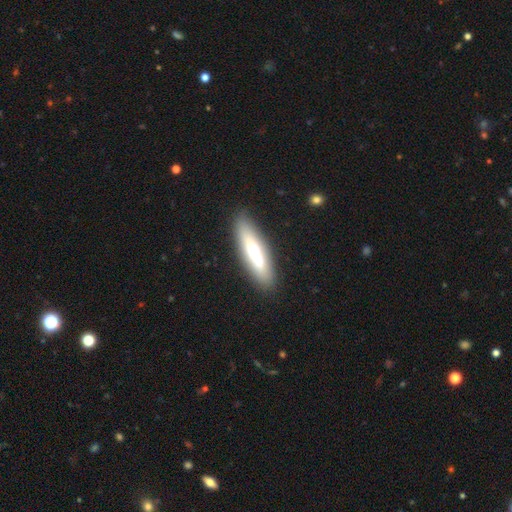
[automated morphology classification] smooth 60%, featured or disk 34%, star or artifact 7%. Down the decision tree: how rounded — cigar-shaped (72%); merging — none (87%).